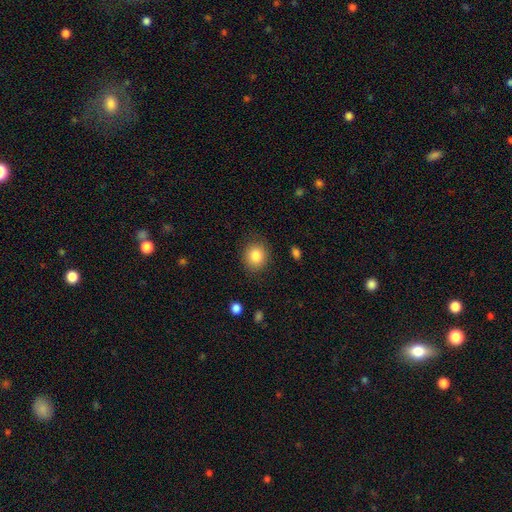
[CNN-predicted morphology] Smooth or featured? smooth (84%)
How rounded? round (76%)
Merging? none (85%)